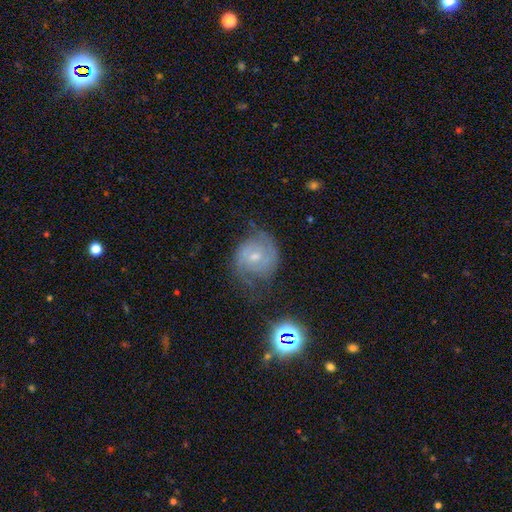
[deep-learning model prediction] A featured or disk galaxy (78%) with no bar (59%), 2 (70%) tight (52%) spiral arms (94%) and a small central bulge (55%). Merging: none (65%).